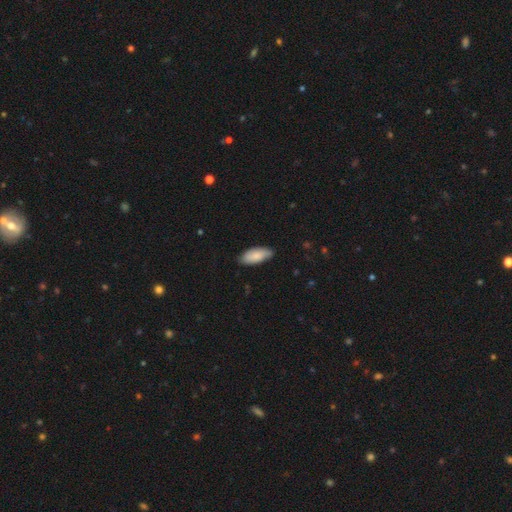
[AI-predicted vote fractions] smooth_or_featured: smooth (p=0.83) [alt: featured or disk p=0.12]
how_rounded: in between (p=0.86) [alt: cigar-shaped p=0.12]
merging: none (p=0.80) [alt: minor disturbance p=0.16]